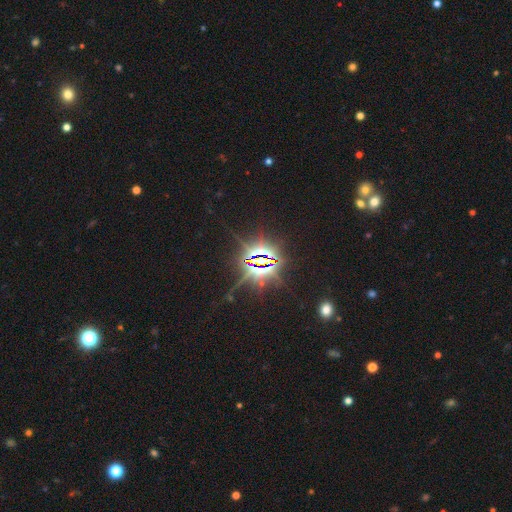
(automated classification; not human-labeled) Morphology: type=star or artifact (86%).